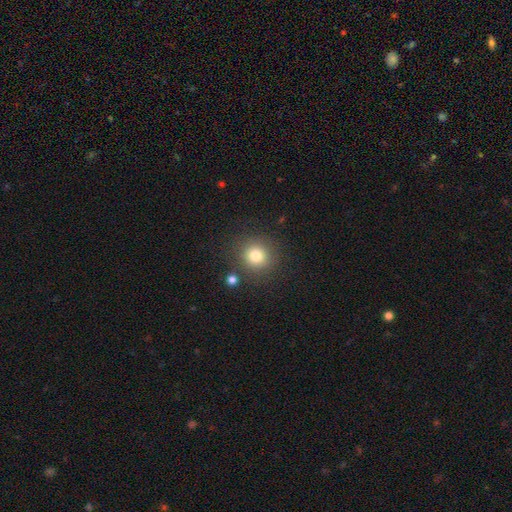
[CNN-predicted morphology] smooth-or-featured: smooth: 80% | star or artifact: 12% | featured or disk: 8%
  how-rounded: round: 92% | in between: 8% | cigar-shaped: 1%
  merging: none: 84% | minor disturbance: 8% | merger: 5% | major disturbance: 4%